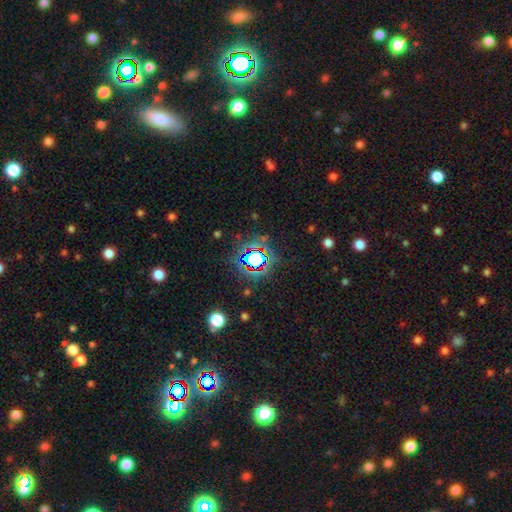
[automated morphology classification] This is likely a star or artifact rather than a galaxy (66%).